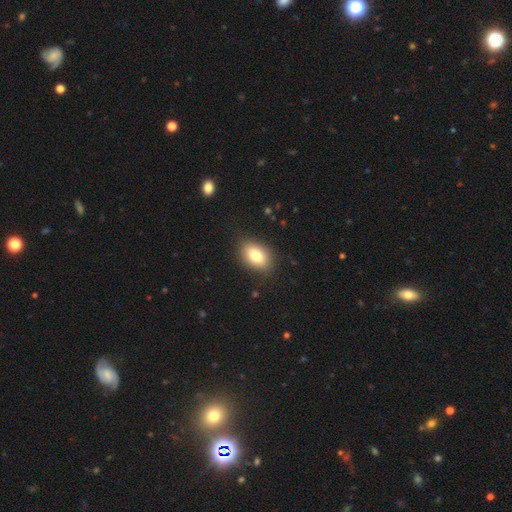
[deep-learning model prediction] smooth 79%, featured or disk 12%, star or artifact 9%. Down the decision tree: how rounded — in between (82%); merging — none (85%).